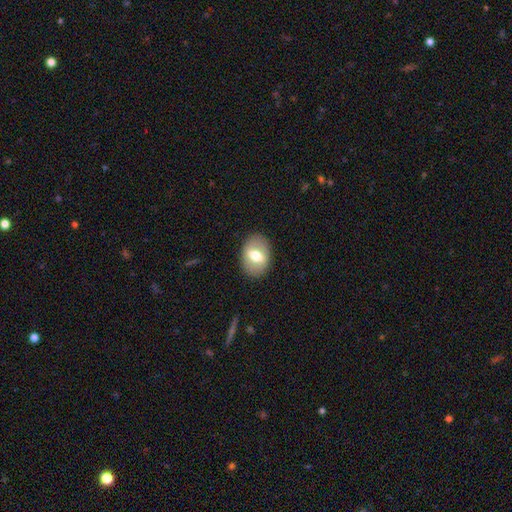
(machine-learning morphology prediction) This is possibly a smooth galaxy (58%). How rounded: likely in between (75%). Merging: clearly none (87%).